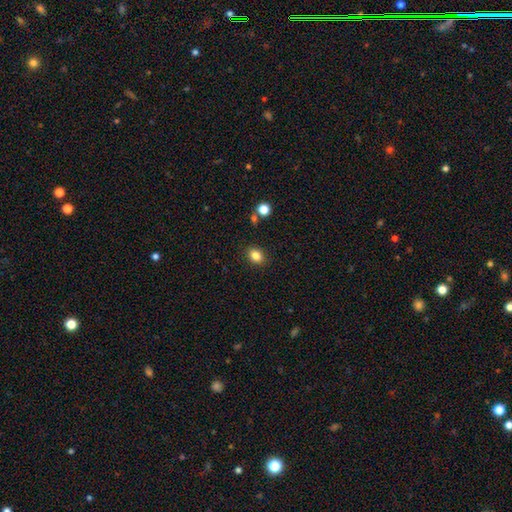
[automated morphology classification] This is clearly a smooth galaxy (83%). How rounded: possibly in between (57%). Merging: clearly none (86%).